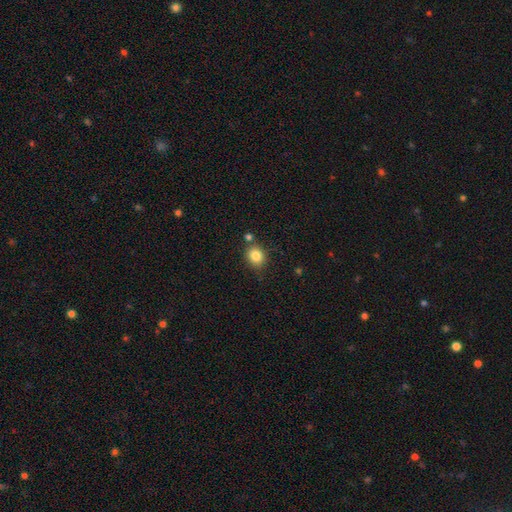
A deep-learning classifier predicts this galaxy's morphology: Smooth or featured?
  - smooth: 84% *
  - star or artifact: 10%
  - featured or disk: 6%
How rounded?
  - round: 70% *
  - in between: 29%
  - cigar-shaped: 1%
Merging?
  - none: 76% *
  - minor disturbance: 12%
  - merger: 9%
  - major disturbance: 3%